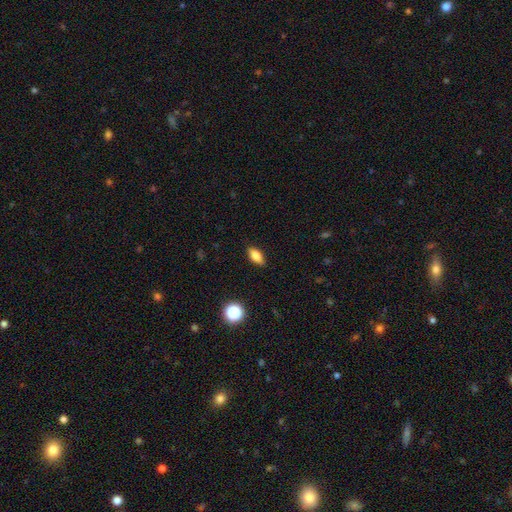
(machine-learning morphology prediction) This appears to be a smooth galaxy with no disk features (79%) that is in between round and cigar-shaped (83%). Merging: none (88%).